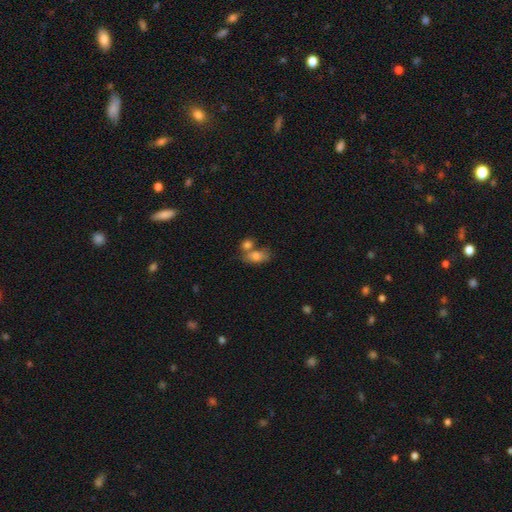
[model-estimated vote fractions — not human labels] Smooth or featured? smooth (78%)
How rounded? in between (82%)
Merging? merger (42%)